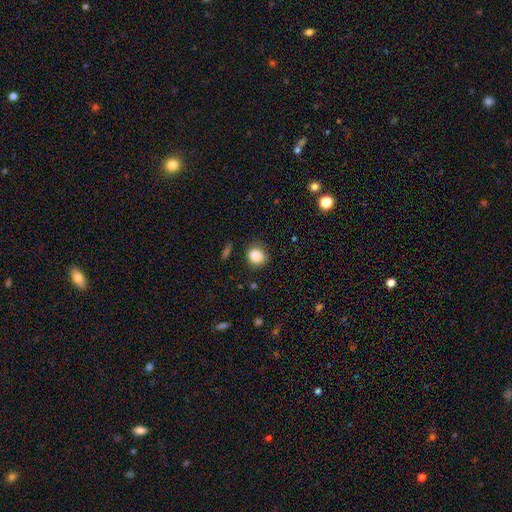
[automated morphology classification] smooth 85%, star or artifact 10%, featured or disk 5%. Down the decision tree: how rounded — round (80%); merging — none (83%).